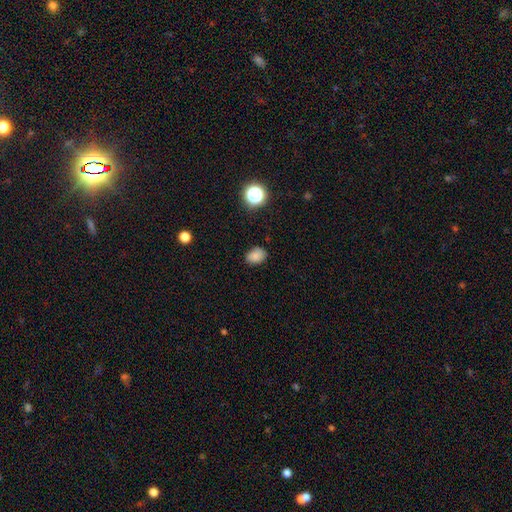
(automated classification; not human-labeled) The model was most divided on "how rounded": in between: 69%, round: 30%, cigar-shaped: 1%. More confident: smooth or featured — smooth (83%); merging — none (82%).